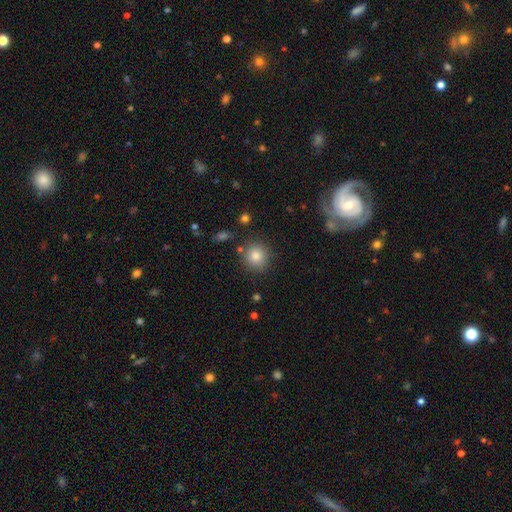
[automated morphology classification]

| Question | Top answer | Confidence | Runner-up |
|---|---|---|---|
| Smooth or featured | smooth | 83% | star or artifact (11%) |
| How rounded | round | 91% | in between (8%) |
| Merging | none | 85% | minor disturbance (8%) |